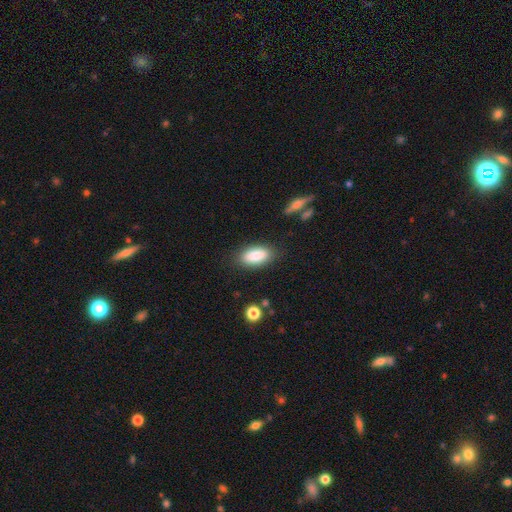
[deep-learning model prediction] The model was most divided on "merging": none: 84%, minor disturbance: 11%, major disturbance: 3%, merger: 2%. More confident: how rounded — in between (86%); smooth or featured — smooth (85%).